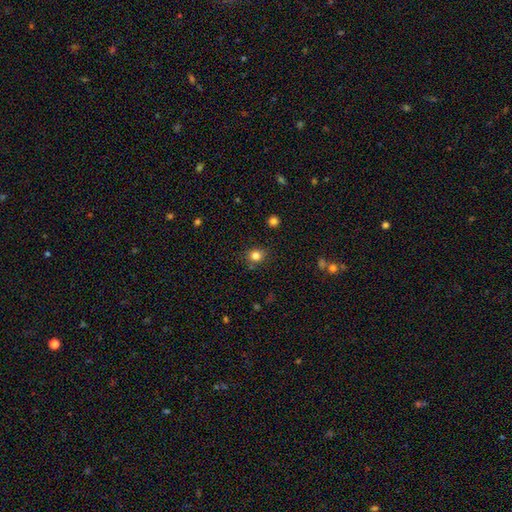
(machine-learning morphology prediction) Smooth or featured? Predicted: smooth (p=0.82). How rounded? Predicted: round (p=0.79). Merging? Predicted: none (p=0.83).